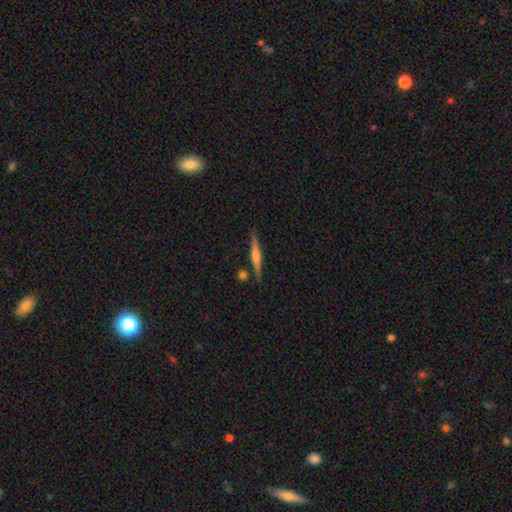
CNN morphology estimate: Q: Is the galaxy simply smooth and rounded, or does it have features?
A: featured or disk — 71%.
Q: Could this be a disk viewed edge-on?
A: yes — 98%.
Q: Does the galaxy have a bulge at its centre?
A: rounded — 75%.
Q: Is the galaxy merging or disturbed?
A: none — 87%.